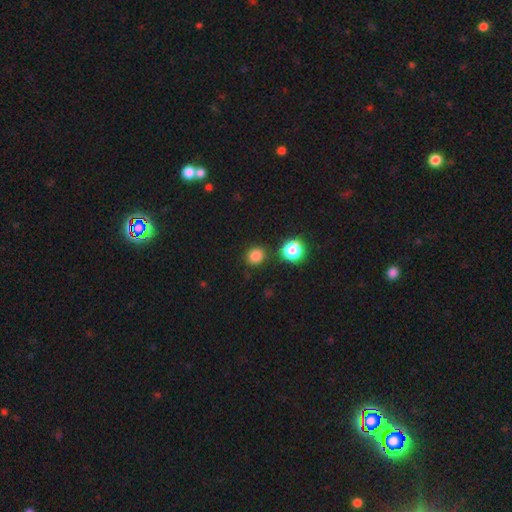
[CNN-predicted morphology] smooth-or-featured: smooth: 82% | star or artifact: 14% | featured or disk: 3%
  how-rounded: round: 79% | in between: 20% | cigar-shaped: 1%
  merging: none: 83% | minor disturbance: 9% | merger: 5% | major disturbance: 3%